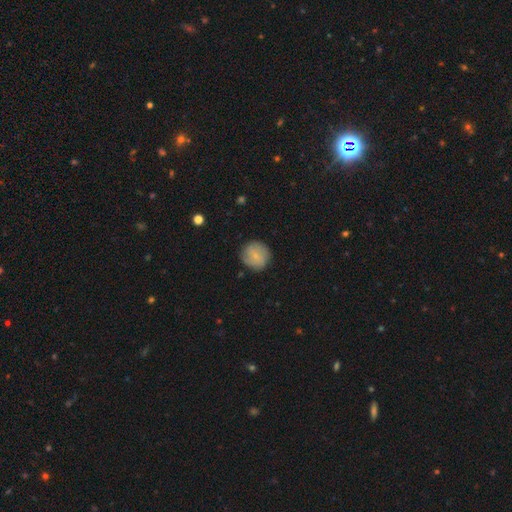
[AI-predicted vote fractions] The model was most divided on "smooth or featured": smooth: 71%, featured or disk: 21%, star or artifact: 7%. More confident: how rounded — round (93%); merging — none (86%).